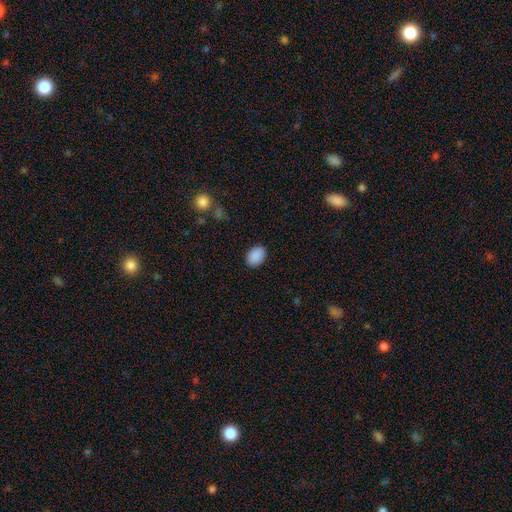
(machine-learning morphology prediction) Smooth or featured?
  - smooth: 90% *
  - star or artifact: 7%
  - featured or disk: 3%
How rounded?
  - in between: 76% *
  - round: 23%
  - cigar-shaped: 1%
Merging?
  - none: 88% *
  - minor disturbance: 9%
  - major disturbance: 2%
  - merger: 1%